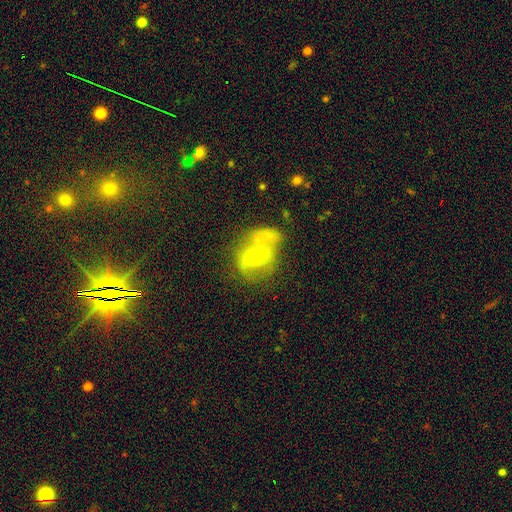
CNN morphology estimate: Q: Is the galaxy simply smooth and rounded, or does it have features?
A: featured or disk — 57%.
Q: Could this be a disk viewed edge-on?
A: no — 91%.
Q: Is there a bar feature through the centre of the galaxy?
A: weak — 34%.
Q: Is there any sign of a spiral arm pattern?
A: no — 50%, tied with yes.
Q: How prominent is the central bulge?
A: small — 62%.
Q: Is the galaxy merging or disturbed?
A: none — 39%.